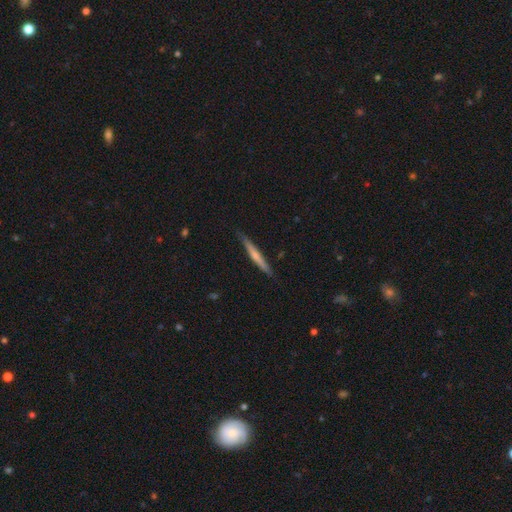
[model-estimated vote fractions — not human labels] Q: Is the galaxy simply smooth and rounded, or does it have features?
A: smooth — 50%.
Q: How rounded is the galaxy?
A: cigar-shaped — 96%.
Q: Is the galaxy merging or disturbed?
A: none — 85%.